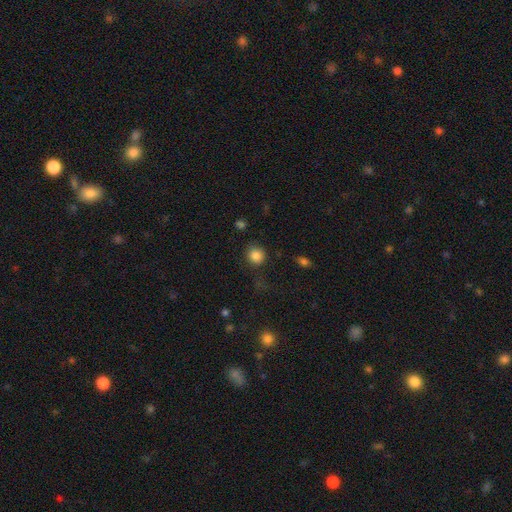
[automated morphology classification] Q: Smooth or featured?
A: smooth (84%); runner-up: star or artifact (11%)
Q: How rounded?
A: round (88%); runner-up: in between (11%)
Q: Merging?
A: none (79%); runner-up: minor disturbance (13%)